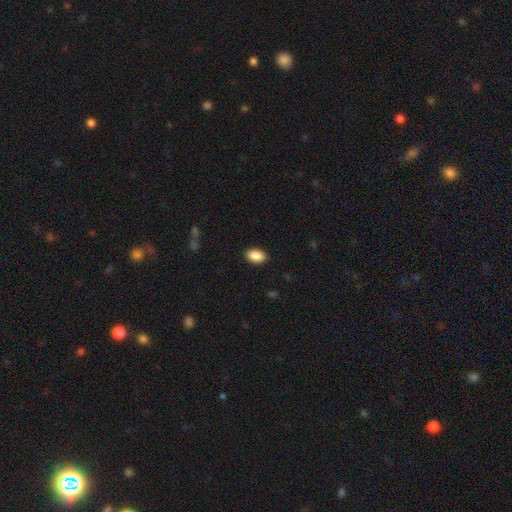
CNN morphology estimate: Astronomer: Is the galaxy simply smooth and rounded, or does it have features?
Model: smooth — 89%.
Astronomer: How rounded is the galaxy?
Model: in between — 94%.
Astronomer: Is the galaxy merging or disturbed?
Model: none — 89%.